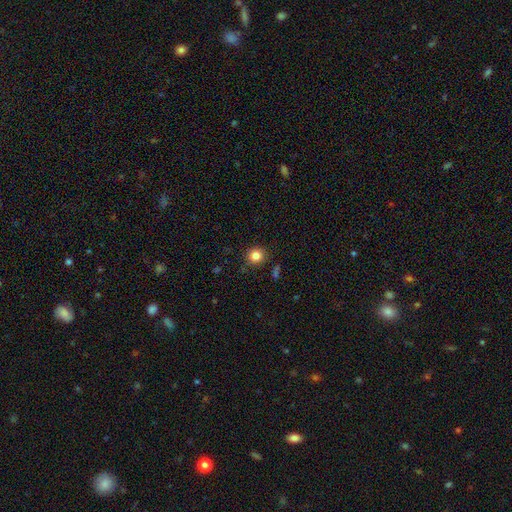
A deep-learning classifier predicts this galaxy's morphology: smooth 83%, star or artifact 11%, featured or disk 5%. Down the decision tree: how rounded — round (89%); merging — none (89%).